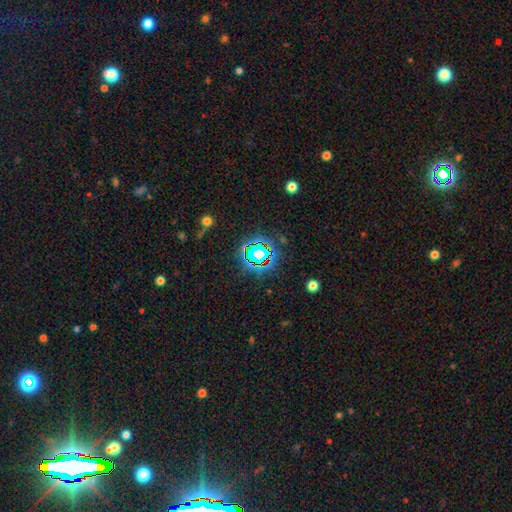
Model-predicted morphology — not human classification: This is likely a star or artifact rather than a galaxy (72%).